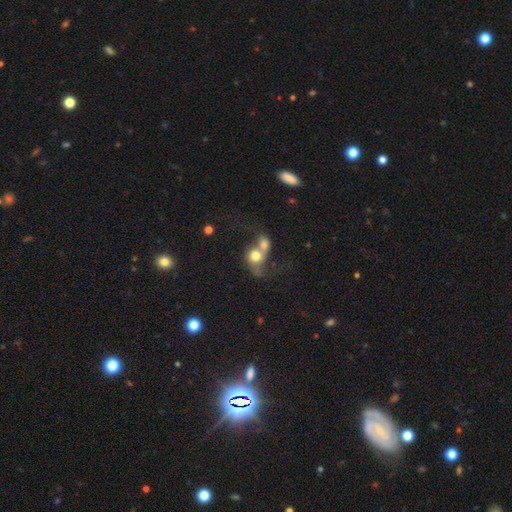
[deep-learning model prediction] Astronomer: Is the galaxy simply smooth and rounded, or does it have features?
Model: smooth — 65%.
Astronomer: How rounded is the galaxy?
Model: round — 70%.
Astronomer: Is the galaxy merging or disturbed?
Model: merger — 76%.